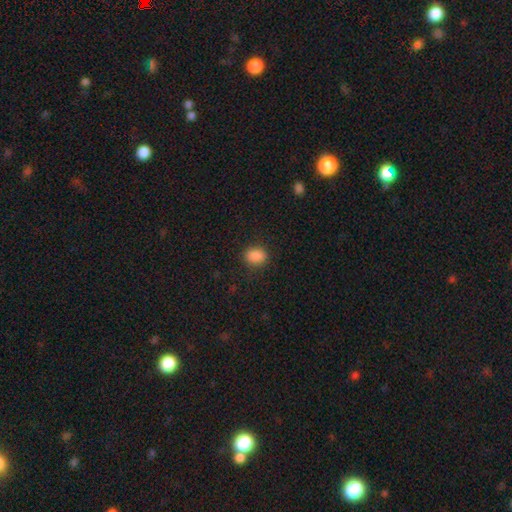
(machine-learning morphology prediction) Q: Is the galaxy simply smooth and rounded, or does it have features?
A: smooth — 87%.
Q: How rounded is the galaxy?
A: in between — 71%.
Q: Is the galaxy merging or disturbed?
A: none — 85%.